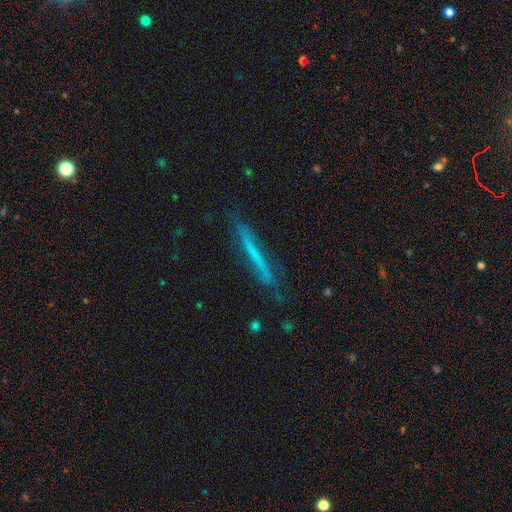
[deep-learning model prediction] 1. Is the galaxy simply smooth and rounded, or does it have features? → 46% featured or disk (tied), 46% smooth (tied), 8% star or artifact.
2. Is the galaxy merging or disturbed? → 79% none, 15% minor disturbance, 4% major disturbance, 2% merger.